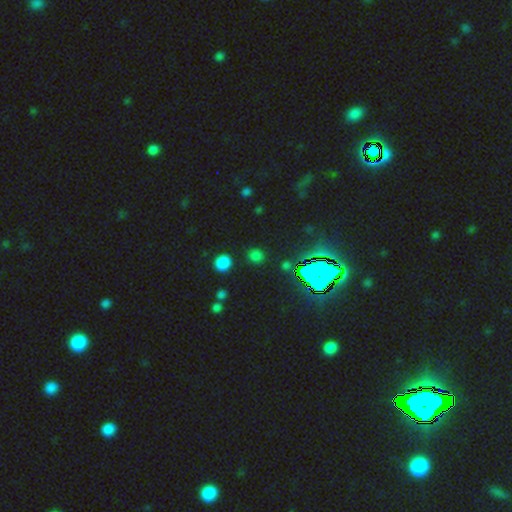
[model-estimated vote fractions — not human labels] smooth 59%, star or artifact 35%, featured or disk 6%. Down the decision tree: how rounded — round (88%); merging — none (86%).